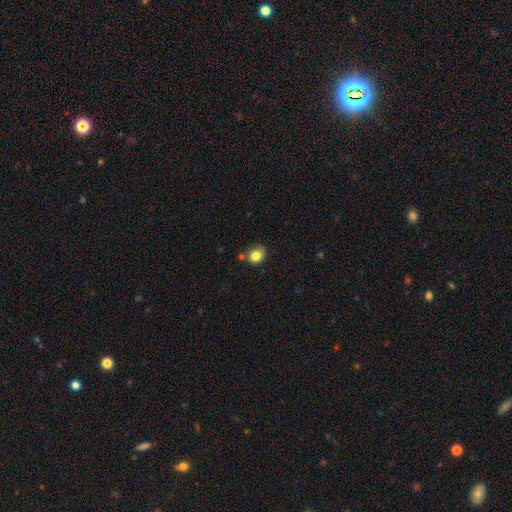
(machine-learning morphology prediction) smooth 81%, star or artifact 10%, featured or disk 8%. Down the decision tree: how rounded — round (65%); merging — none (65%).